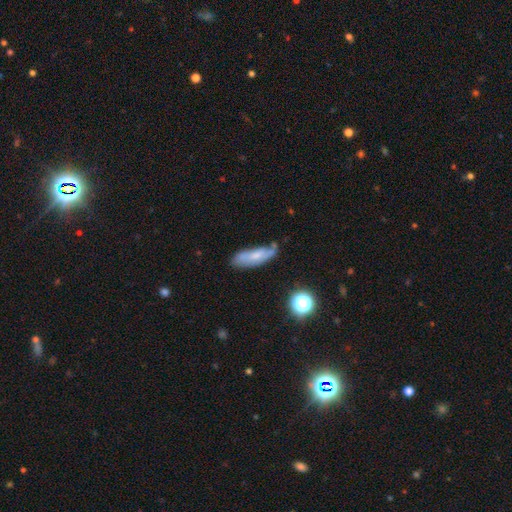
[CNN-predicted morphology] smooth 57%, featured or disk 33%, star or artifact 10%. Down the decision tree: how rounded — in between (50%); merging — none (57%).